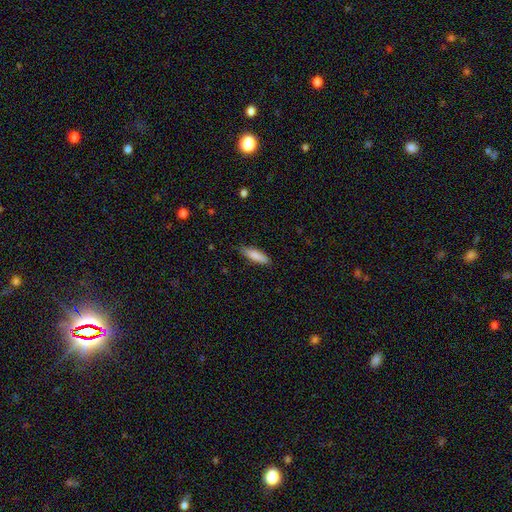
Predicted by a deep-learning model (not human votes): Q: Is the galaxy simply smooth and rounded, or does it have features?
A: smooth — 84%.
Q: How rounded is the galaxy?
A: cigar-shaped — 60%.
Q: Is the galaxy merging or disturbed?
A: none — 83%.